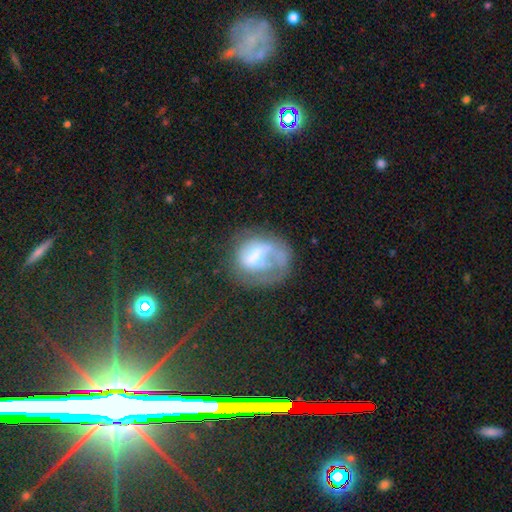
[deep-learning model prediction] Morphology: type=featured or disk (51%); edge-on=no (97%); merging=none (39%).